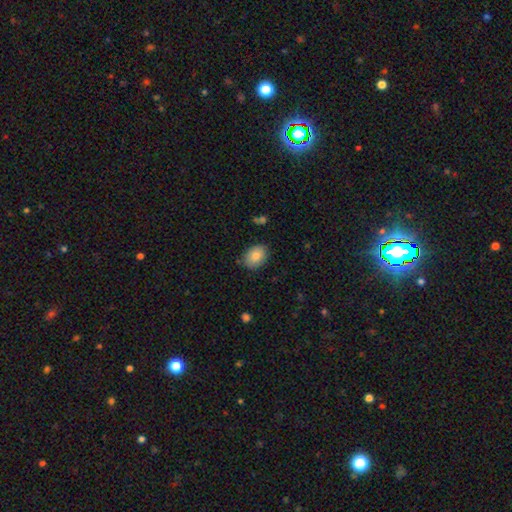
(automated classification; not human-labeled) smooth_or_featured: smooth (p=0.84) [alt: featured or disk p=0.09]
how_rounded: in between (p=0.77) [alt: round p=0.22]
merging: none (p=0.81) [alt: minor disturbance p=0.14]